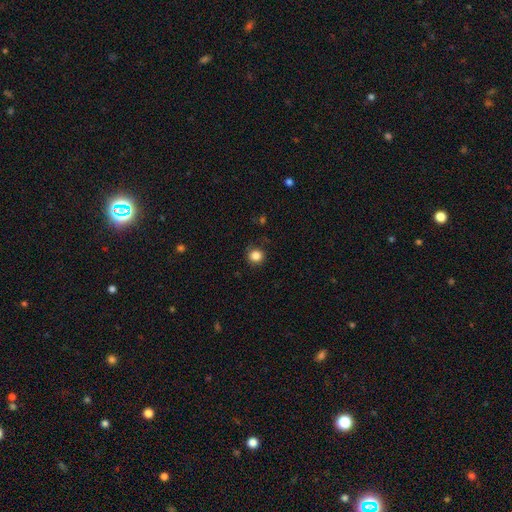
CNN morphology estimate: Overall: smooth (85%). How rounded: round (91%). Merging: none (87%).